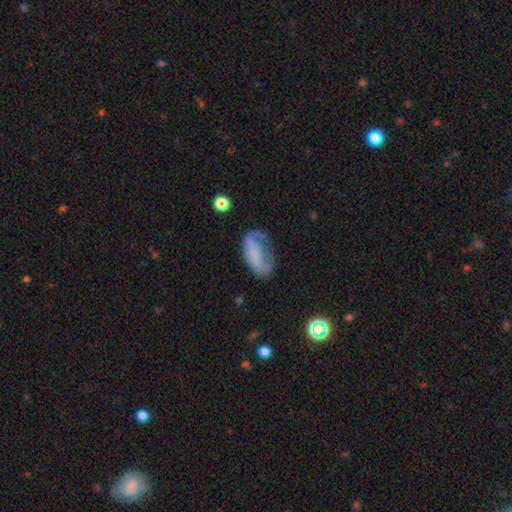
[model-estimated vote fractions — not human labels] Q: Smooth or featured?
A: featured or disk (47%); runner-up: smooth (43%)
Q: Merging?
A: none (36%); runner-up: major disturbance (32%)